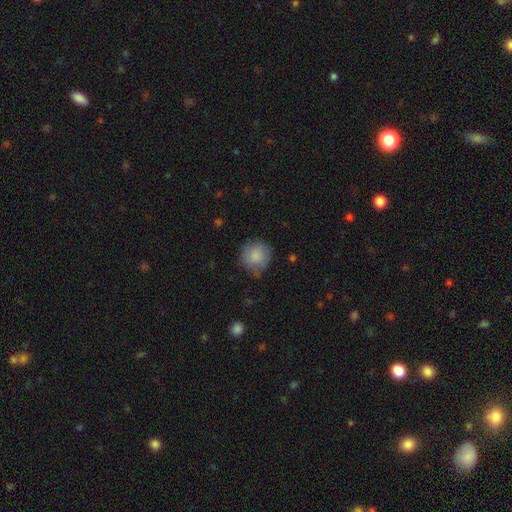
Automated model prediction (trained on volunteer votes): The model was most divided on "merging": none: 68%, minor disturbance: 24%, major disturbance: 6%, merger: 2%. More confident: how rounded — round (89%); smooth or featured — smooth (83%).